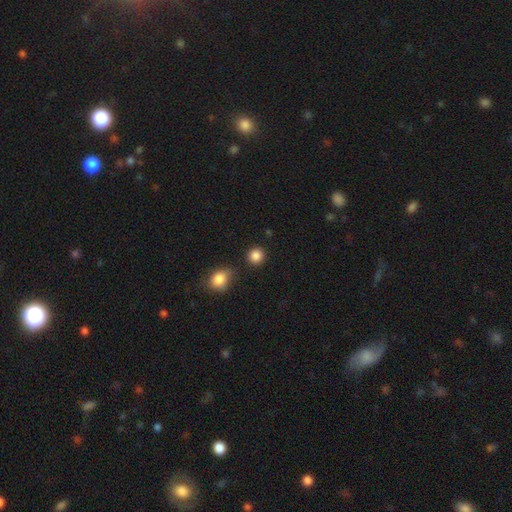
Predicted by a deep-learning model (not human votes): Smooth or featured? smooth (86%)
How rounded? round (92%)
Merging? none (85%)